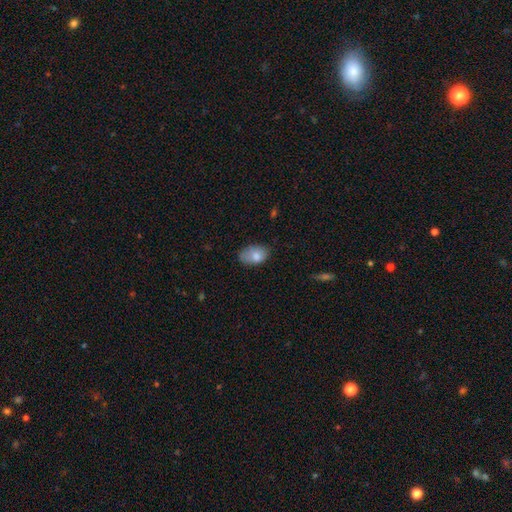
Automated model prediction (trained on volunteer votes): Smooth or featured?
  - smooth: 79% *
  - featured or disk: 13%
  - star or artifact: 8%
How rounded?
  - in between: 87% *
  - round: 12%
  - cigar-shaped: 1%
Merging?
  - none: 61% *
  - minor disturbance: 29%
  - major disturbance: 7%
  - merger: 2%